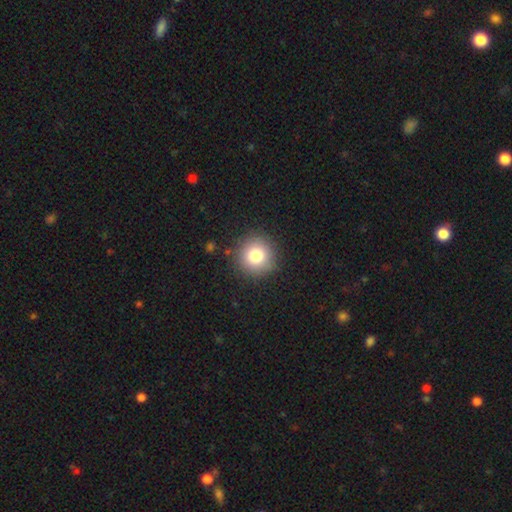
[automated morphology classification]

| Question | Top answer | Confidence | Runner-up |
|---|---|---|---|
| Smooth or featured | smooth | 79% | star or artifact (12%) |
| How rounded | round | 95% | in between (4%) |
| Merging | none | 90% | minor disturbance (7%) |